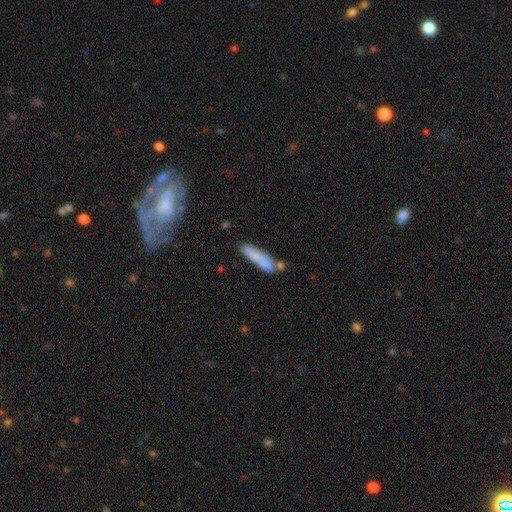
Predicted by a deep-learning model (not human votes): A smooth galaxy with no disk features (74%) that is cigar-shaped (71%). Merging: none (54%).